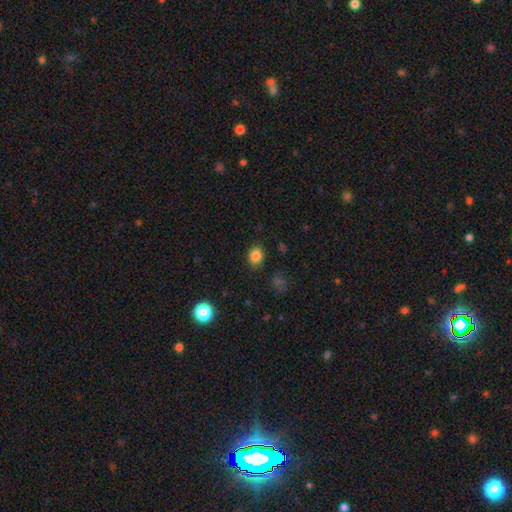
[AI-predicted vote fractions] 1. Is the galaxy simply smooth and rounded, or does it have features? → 84% smooth, 11% star or artifact, 4% featured or disk.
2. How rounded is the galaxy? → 53% in between, 46% round, 1% cigar-shaped.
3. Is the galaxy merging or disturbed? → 86% none, 9% minor disturbance, 3% major disturbance, 1% merger.